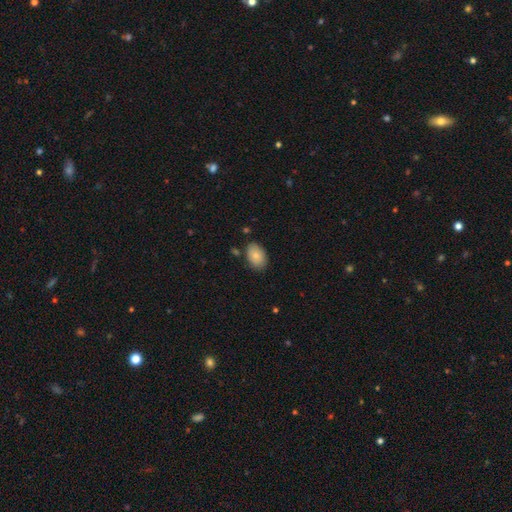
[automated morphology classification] A smooth galaxy with no disk features (83%) that is in between round and cigar-shaped (88%). Merging: none (79%).